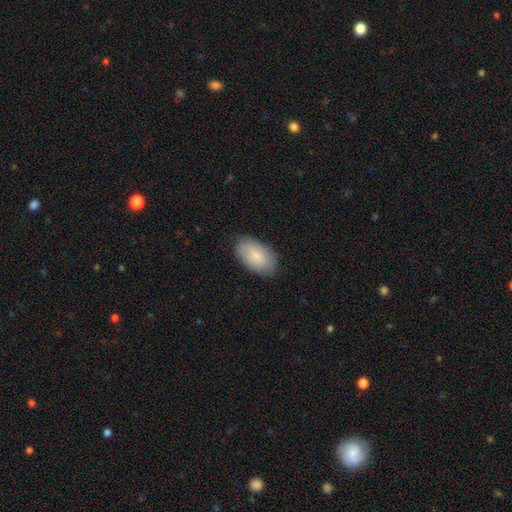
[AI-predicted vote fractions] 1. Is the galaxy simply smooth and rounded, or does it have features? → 83% smooth, 11% featured or disk, 6% star or artifact.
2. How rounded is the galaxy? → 95% in between, 4% round, 2% cigar-shaped.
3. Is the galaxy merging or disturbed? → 82% none, 14% minor disturbance, 3% major disturbance, 1% merger.